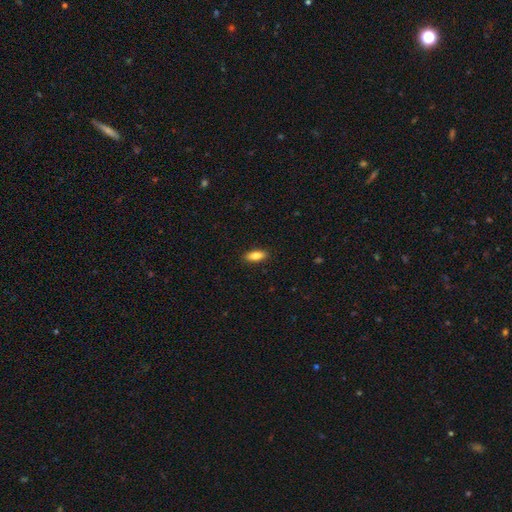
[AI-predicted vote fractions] Smooth or featured? Predicted: smooth (p=0.83). How rounded? Predicted: in between (p=0.75). Merging? Predicted: none (p=0.89).